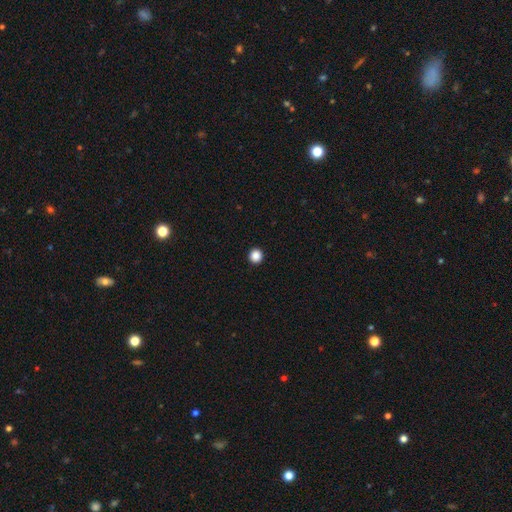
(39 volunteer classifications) Smooth or featured: smooth — 90% (star or artifact — 8%)
How rounded: round — 97% (in between — 3%)
Merging: none — 97% (minor disturbance — 3%)